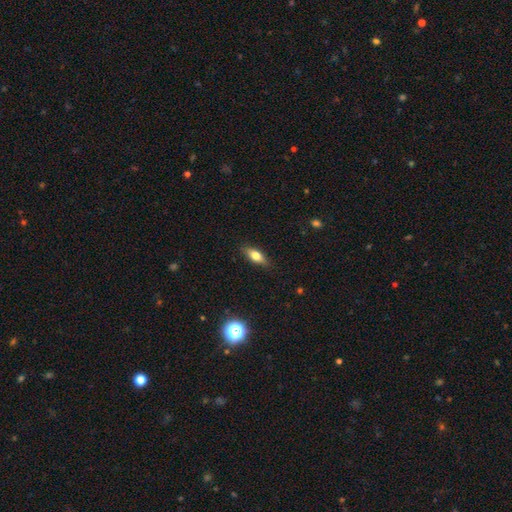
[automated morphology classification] A smooth galaxy with no disk features (65%) that is in between round and cigar-shaped (68%).

Vote fractions:
- Smooth or featured? smooth: 65% / featured or disk: 26% / star or artifact: 9%
- How rounded? in between: 68% / cigar-shaped: 27% / round: 5%
- Merging? none: 87% / minor disturbance: 10% / major disturbance: 2% / merger: 1%